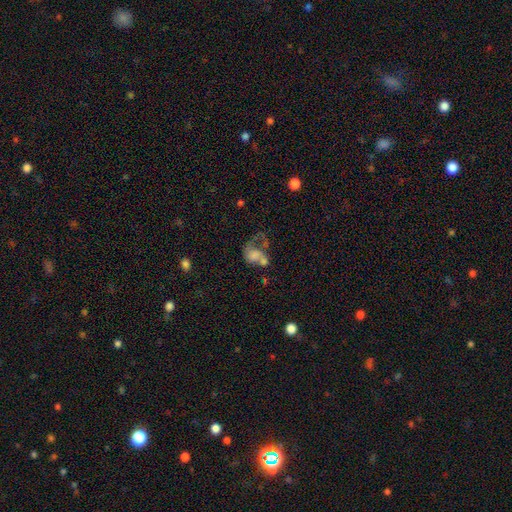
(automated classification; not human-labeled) Smooth or featured? Predicted: featured or disk (p=0.46). Merging? Predicted: major disturbance (p=0.40).